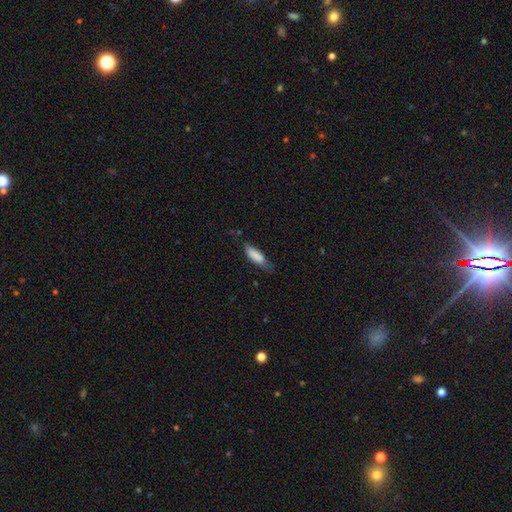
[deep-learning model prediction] This appears to be a smooth galaxy with no disk features (83%) that is in between round and cigar-shaped (56%). Merging: none (54%).